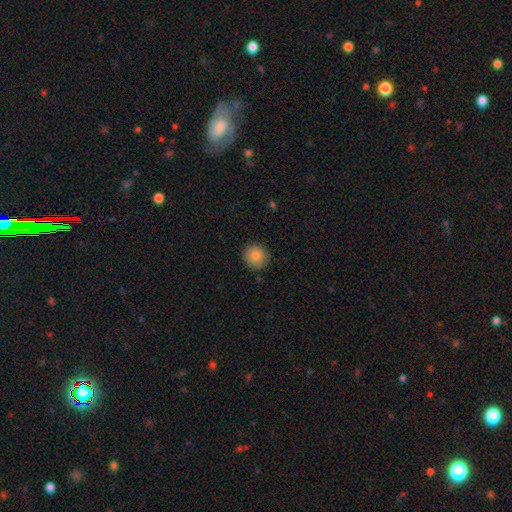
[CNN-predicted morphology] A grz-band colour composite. It shows a smooth galaxy with no disk features (86%) that is round (90%). Merging: none (89%).